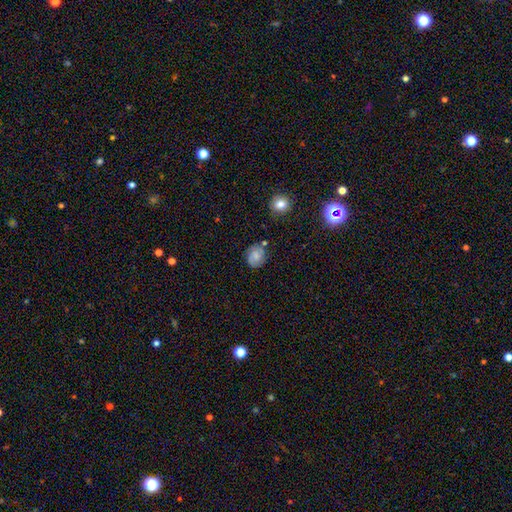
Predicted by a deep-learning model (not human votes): This appears to be a smooth galaxy with no disk features (62%) that is round (69%). Merging: none (72%).